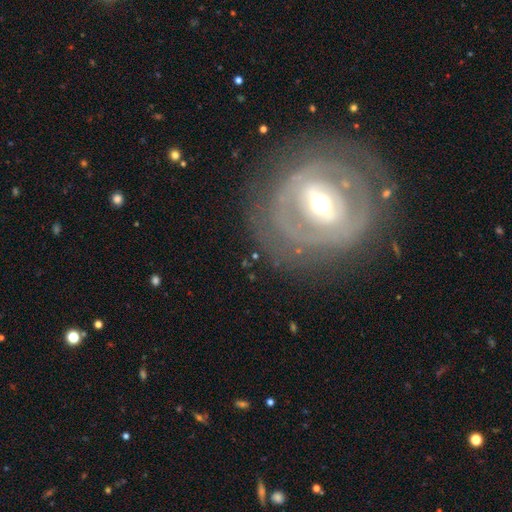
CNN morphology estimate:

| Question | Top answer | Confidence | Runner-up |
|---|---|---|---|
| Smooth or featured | featured or disk | 72% | smooth (18%) |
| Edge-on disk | no | 93% | yes (7%) |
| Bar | weak | 35% | strong (34%) |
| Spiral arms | yes | 54% | no (46%) |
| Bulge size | moderate | 69% | small (16%) |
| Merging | none | 66% | minor disturbance (17%) |